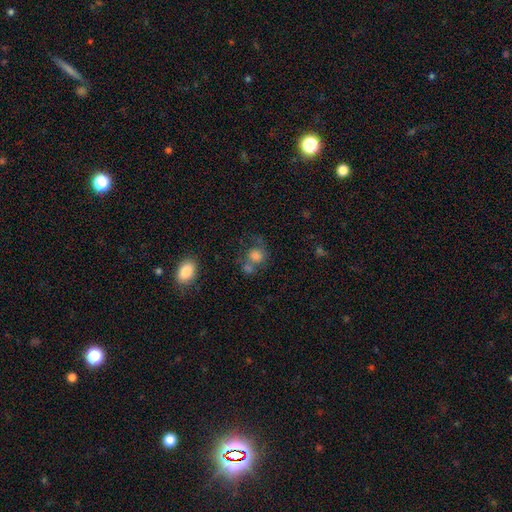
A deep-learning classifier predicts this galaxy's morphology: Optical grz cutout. It shows a smooth galaxy with no disk features (77%) that is round (77%). Merging: none (44%).